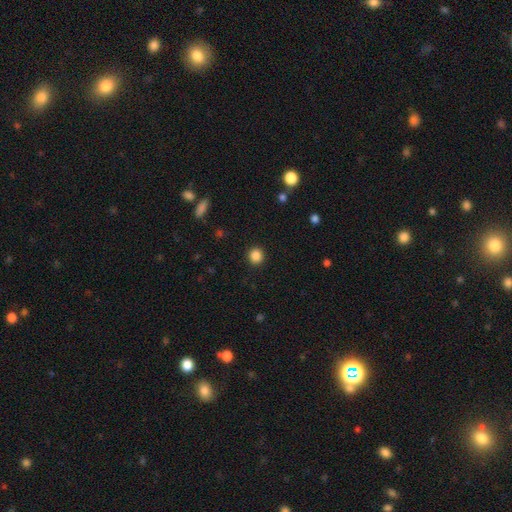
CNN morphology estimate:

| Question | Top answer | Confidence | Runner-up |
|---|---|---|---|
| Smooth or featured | smooth | 86% | star or artifact (11%) |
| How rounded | round | 90% | in between (9%) |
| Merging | none | 92% | minor disturbance (5%) |